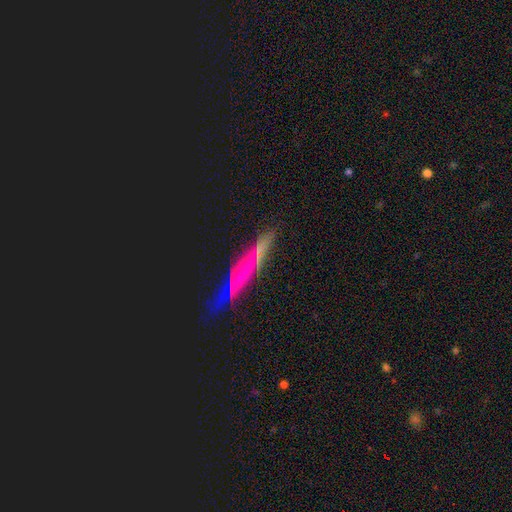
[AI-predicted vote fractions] smooth-or-featured: smooth: 38% | featured or disk: 33% | star or artifact: 29%
  merging: none: 70% | minor disturbance: 16% | major disturbance: 7% | merger: 6%